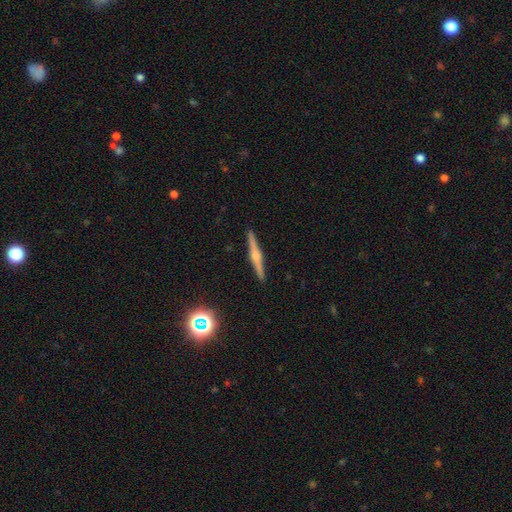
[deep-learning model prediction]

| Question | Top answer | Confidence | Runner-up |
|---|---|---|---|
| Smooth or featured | featured or disk | 73% | smooth (19%) |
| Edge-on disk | yes | 98% | no (2%) |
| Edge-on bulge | rounded | 83% | boxy (11%) |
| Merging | none | 92% | minor disturbance (5%) |